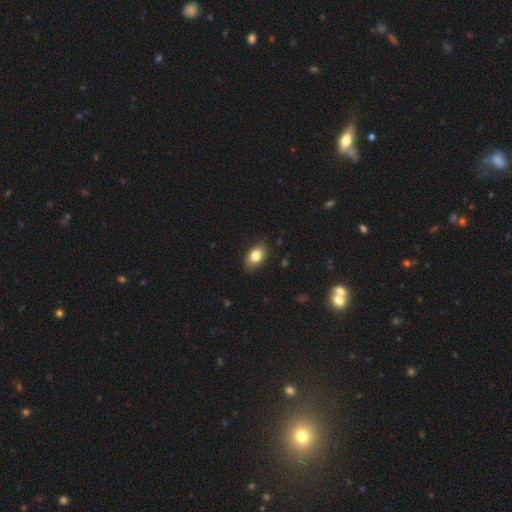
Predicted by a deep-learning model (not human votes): This appears to be a smooth galaxy with no disk features (81%) that is in between round and cigar-shaped (88%). Merging: none (86%).